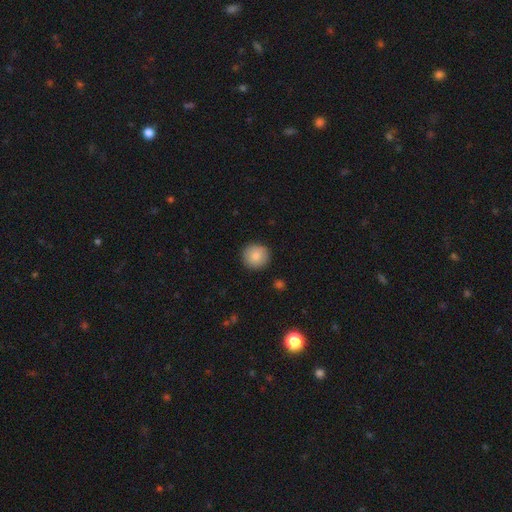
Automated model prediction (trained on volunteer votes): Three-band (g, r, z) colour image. It shows a smooth galaxy with no disk features (82%) that is round (95%). Merging: none (91%).